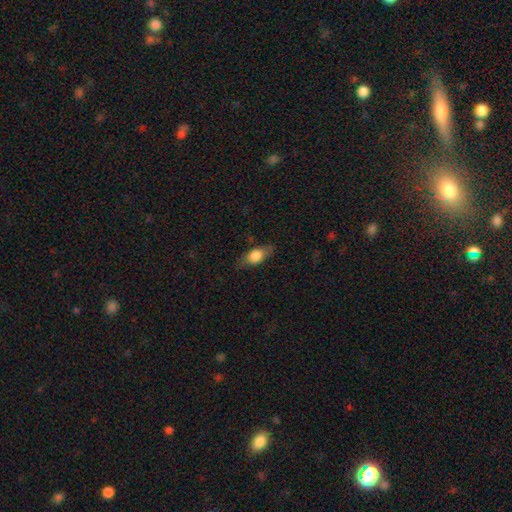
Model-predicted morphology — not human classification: Smooth or featured? smooth (69%)
How rounded? in between (74%)
Merging? none (76%)